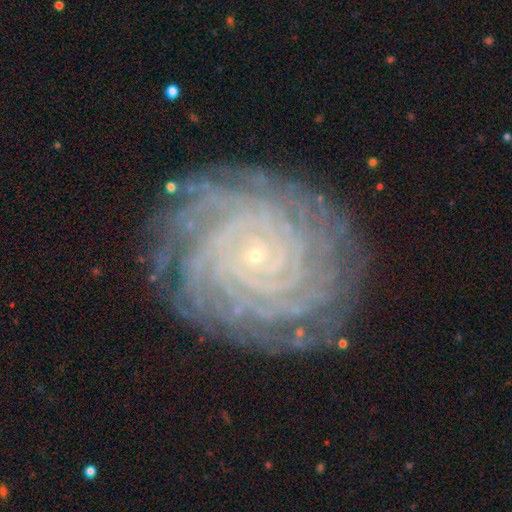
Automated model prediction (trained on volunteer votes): Smooth or featured? featured or disk (88%)
Edge-on disk? no (98%)
Bar? no (80%)
Spiral arms? yes (98%)
Spiral winding? tight (90%)
Spiral arm count? more than 4 (36%)
Bulge size? small (90%)
Merging? none (84%)